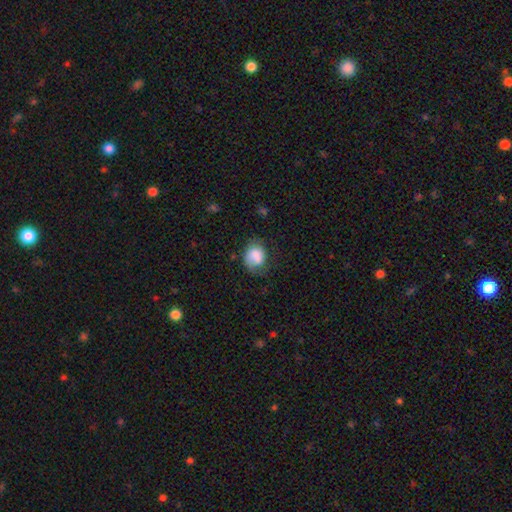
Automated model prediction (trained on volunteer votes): This is likely a smooth galaxy (75%). How rounded: possibly round (50%). Merging: marginally none (45%).